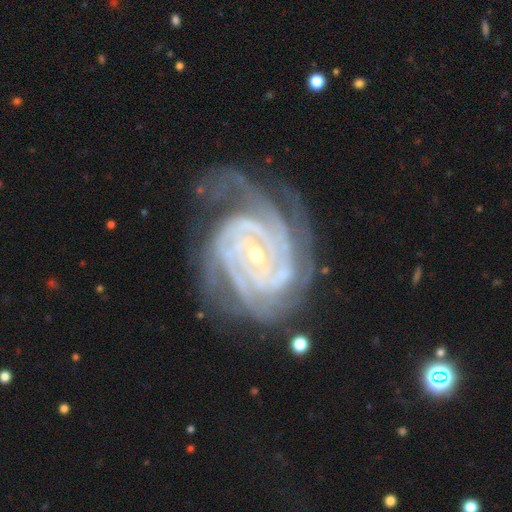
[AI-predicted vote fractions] Smooth or featured? Predicted: featured or disk (p=0.92). Edge-on disk? Predicted: no (p=0.98). Bar? Predicted: no (p=0.52). Spiral arms? Predicted: yes (p=0.99). Spiral winding? Predicted: tight (p=0.81). Spiral arm count? Predicted: 4 (p=0.29). Bulge size? Predicted: small (p=0.74). Merging? Predicted: none (p=0.63).